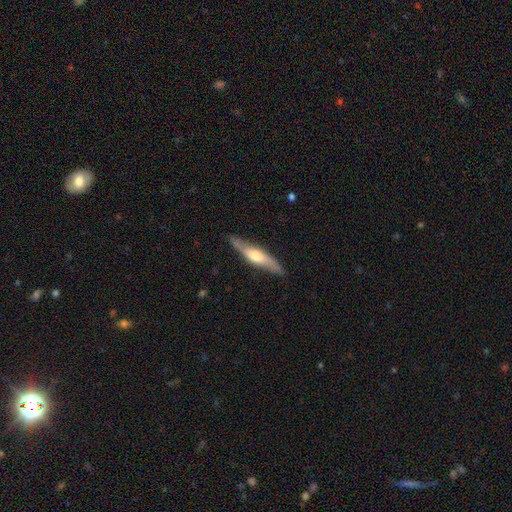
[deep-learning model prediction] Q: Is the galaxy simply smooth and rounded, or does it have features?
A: featured or disk — 60%.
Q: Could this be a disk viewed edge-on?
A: yes — 80%.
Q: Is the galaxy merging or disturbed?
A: none — 84%.